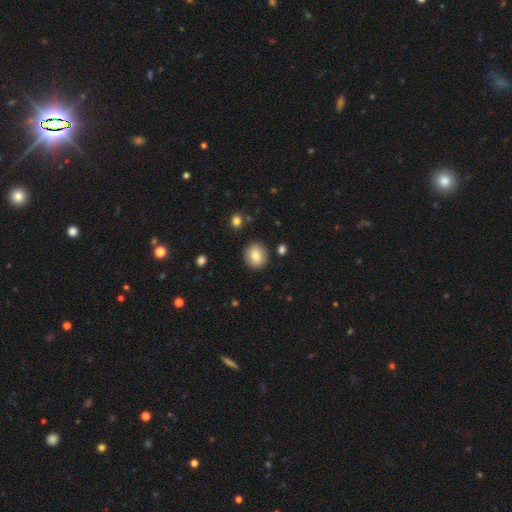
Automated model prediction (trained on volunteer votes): smooth_or_featured: smooth (p=0.82) [alt: featured or disk p=0.10]
how_rounded: round (p=0.65) [alt: in between p=0.34]
merging: none (p=0.88) [alt: minor disturbance p=0.08]